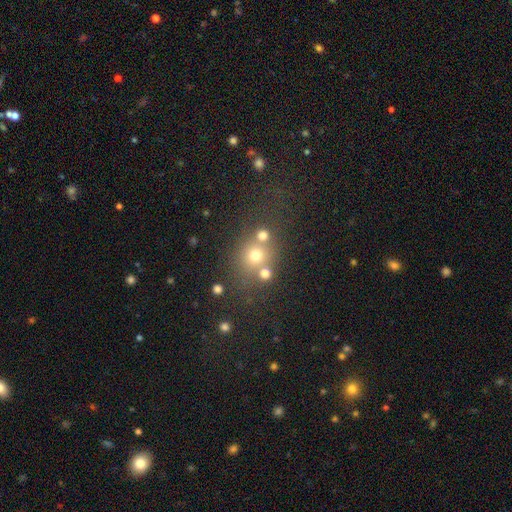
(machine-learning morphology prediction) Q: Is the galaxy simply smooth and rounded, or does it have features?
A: smooth — 65%.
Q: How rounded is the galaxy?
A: round — 80%.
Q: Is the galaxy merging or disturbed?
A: none — 58%.